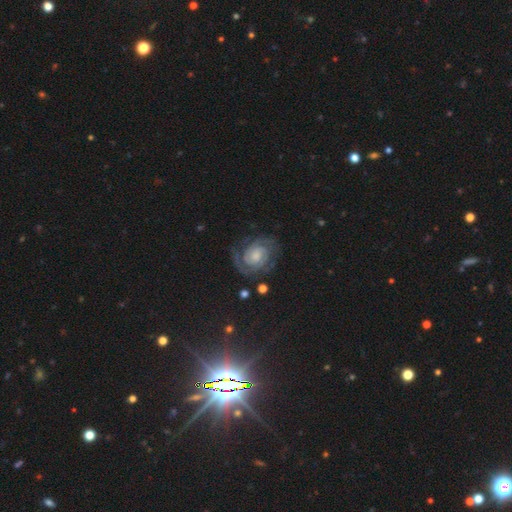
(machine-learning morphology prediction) The model was most divided on "bulge size": moderate: 40%, small: 33%, large: 13%, none: 12%, dominant: 2%. More confident: edge-on disk — no (98%); spiral arms — yes (97%); smooth or featured — featured or disk (86%); merging — none (75%); spiral winding — tight (69%); spiral arm count — 2 (67%); bar — no (61%).